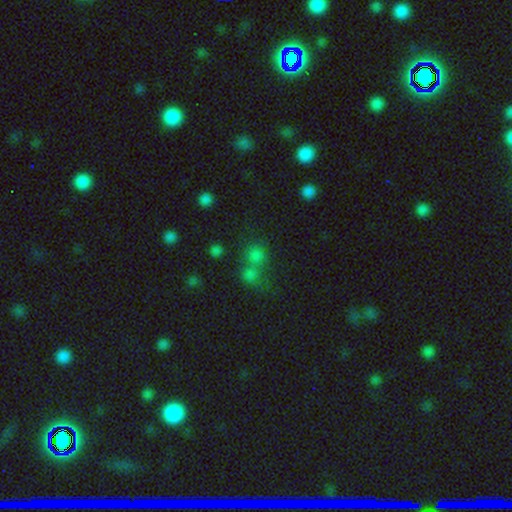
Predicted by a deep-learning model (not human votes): smooth_or_featured: smooth (p=0.68) [alt: star or artifact p=0.25]
how_rounded: round (p=0.84) [alt: in between p=0.14]
merging: none (p=0.48) [alt: merger p=0.40]